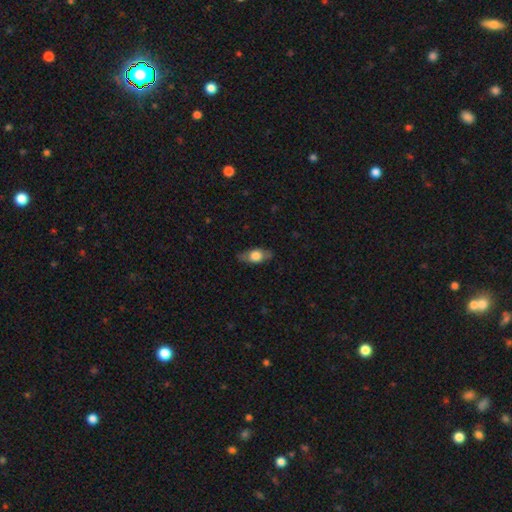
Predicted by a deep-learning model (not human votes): This appears to be a smooth galaxy with no disk features (59%) that is in between round and cigar-shaped (78%). Merging: none (78%).